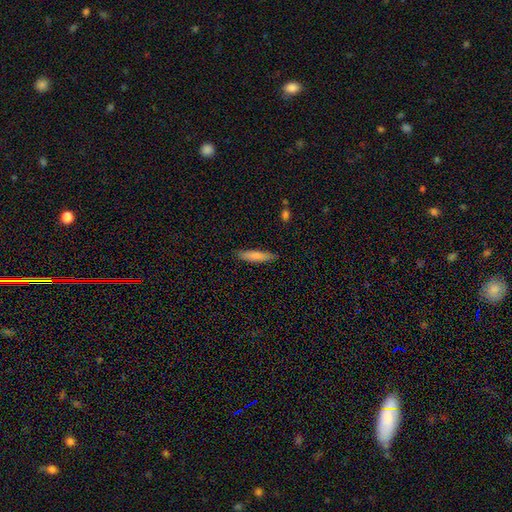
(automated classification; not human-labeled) smooth 80%, featured or disk 14%, star or artifact 6%. Down the decision tree: how rounded — cigar-shaped (84%); merging — none (87%).